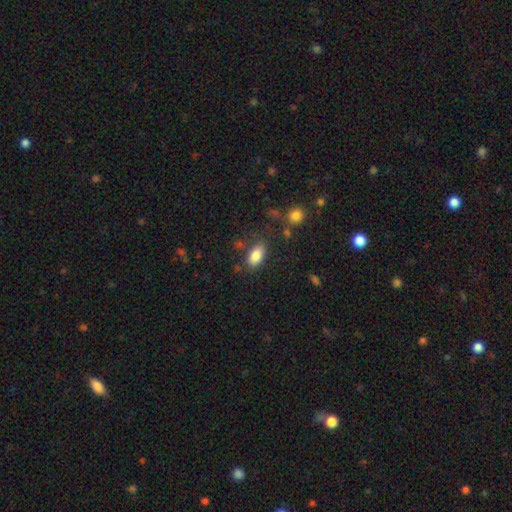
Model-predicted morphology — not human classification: smooth_or_featured: smooth (p=0.84) [alt: featured or disk p=0.08]
how_rounded: in between (p=0.90) [alt: cigar-shaped p=0.06]
merging: none (p=0.77) [alt: minor disturbance p=0.15]